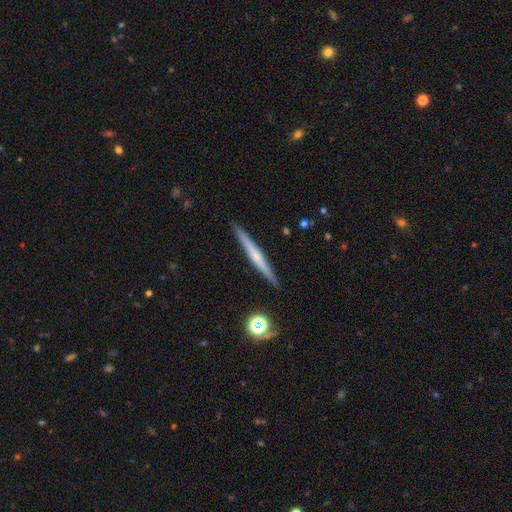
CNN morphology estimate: This is likely a featured or disk galaxy (63%). It is clearly viewed edge-on (98%). Edge-on bulge: possibly rounded (51%). Merging: clearly none (91%).